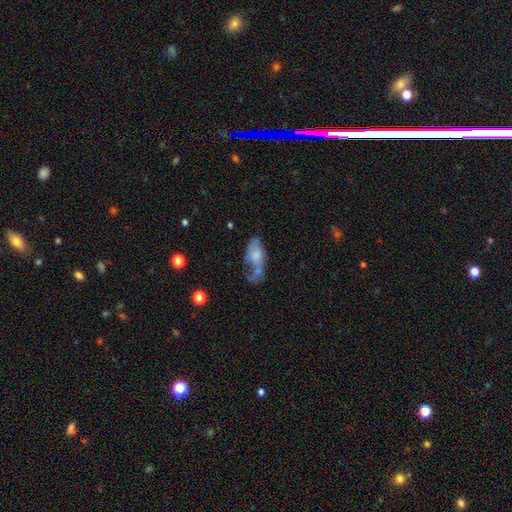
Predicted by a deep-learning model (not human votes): smooth 47%, featured or disk 44%, star or artifact 9%. Down the decision tree: merging — major disturbance (37%).